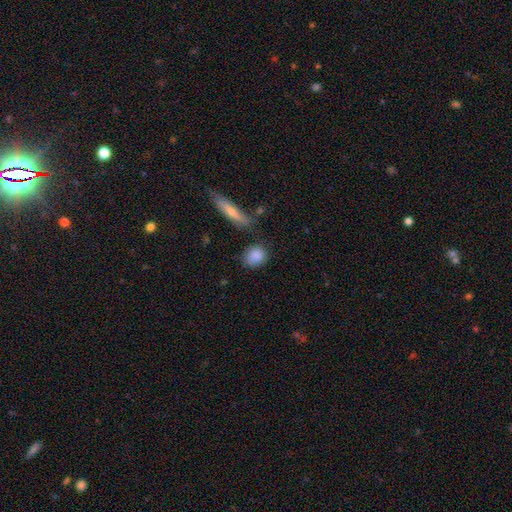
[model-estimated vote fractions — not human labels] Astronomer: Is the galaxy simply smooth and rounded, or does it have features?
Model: smooth — 85%.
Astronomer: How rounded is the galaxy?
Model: round — 55% (runner-up: in between, 41%).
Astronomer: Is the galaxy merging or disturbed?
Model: none — 69%.